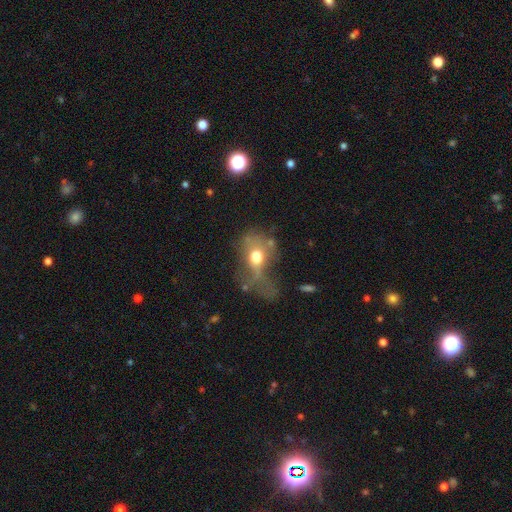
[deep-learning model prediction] The model was most divided on "smooth or featured": smooth: 52%, featured or disk: 35%, star or artifact: 13%. More confident: how rounded — in between (59%); merging — major disturbance (54%).